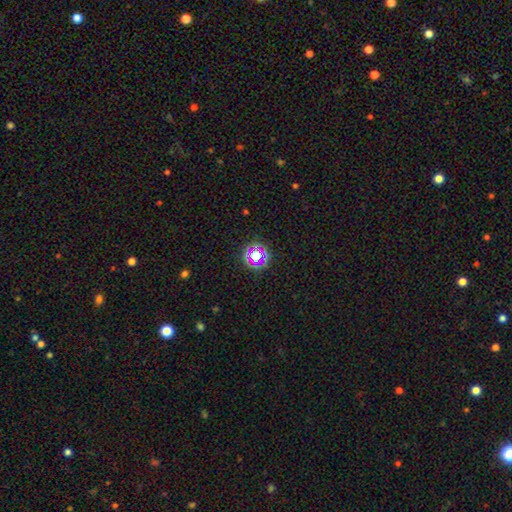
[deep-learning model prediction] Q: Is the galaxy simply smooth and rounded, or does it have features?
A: star or artifact — 65%.